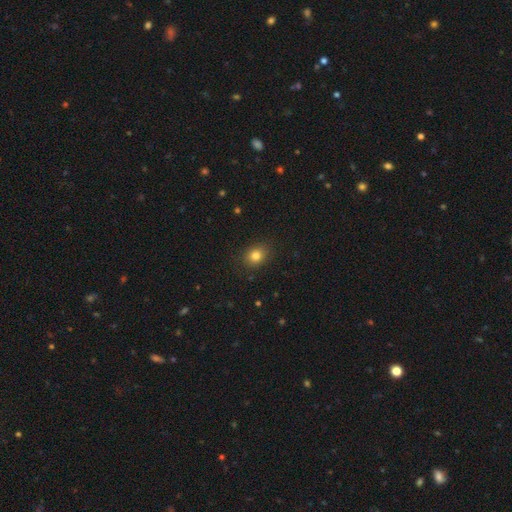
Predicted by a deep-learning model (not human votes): A smooth galaxy with no disk features (81%) that is round (61%).

Vote fractions:
- Smooth or featured? smooth: 81% / star or artifact: 12% / featured or disk: 7%
- How rounded? round: 61% / in between: 38% / cigar-shaped: 1%
- Merging? none: 87% / minor disturbance: 9% / major disturbance: 3% / merger: 1%